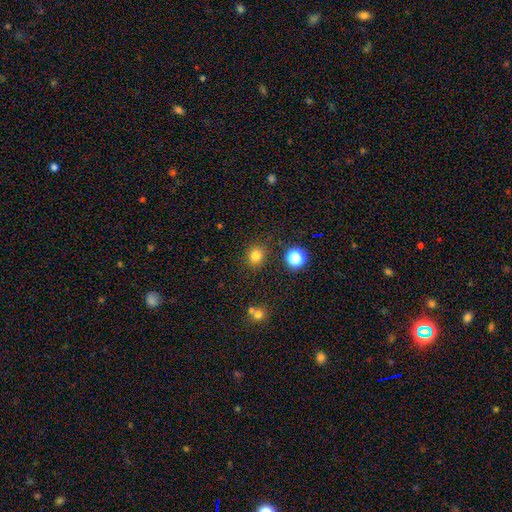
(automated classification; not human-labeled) smooth 80%, star or artifact 15%, featured or disk 5%. Down the decision tree: how rounded — round (80%); merging — none (85%).